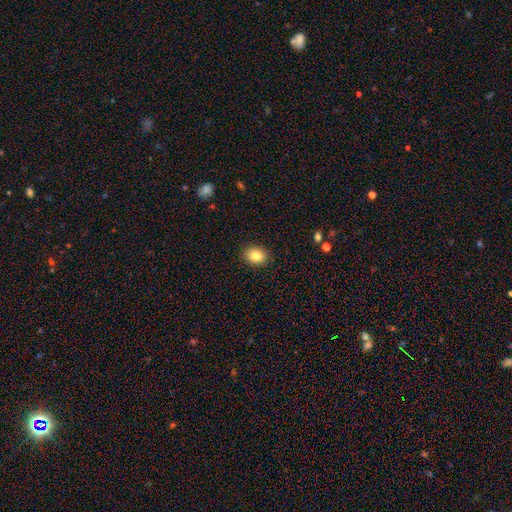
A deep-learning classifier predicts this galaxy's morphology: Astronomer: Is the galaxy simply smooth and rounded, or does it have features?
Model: smooth — 83%.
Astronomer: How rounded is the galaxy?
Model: in between — 59% (runner-up: round, 41%).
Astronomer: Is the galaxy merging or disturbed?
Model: none — 89%.